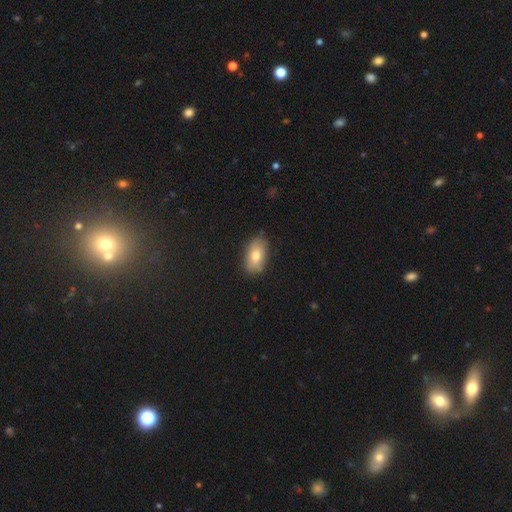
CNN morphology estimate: smooth_or_featured: smooth (p=0.75) [alt: featured or disk p=0.17]
how_rounded: in between (p=0.92) [alt: round p=0.05]
merging: none (p=0.82) [alt: minor disturbance p=0.14]